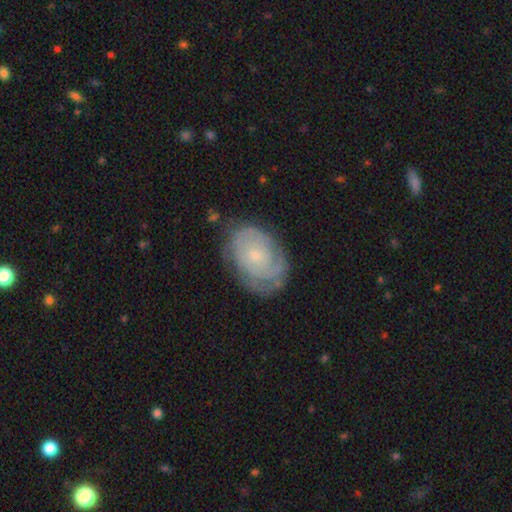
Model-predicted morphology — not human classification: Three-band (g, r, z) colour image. It shows a featured or disk galaxy (71%) with no bar (80%), tight (73%) spiral arms (87%) and a small central bulge (74%). Merging: none (71%).